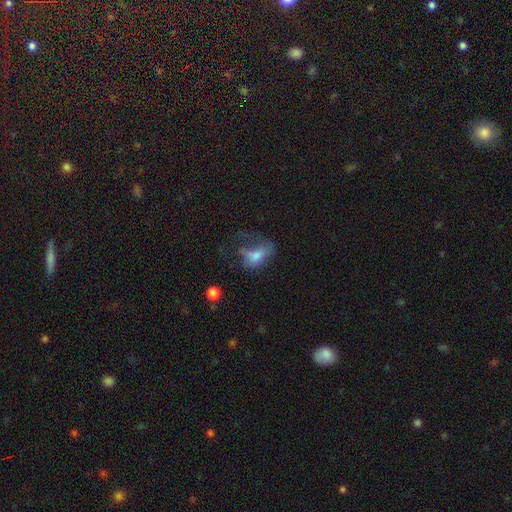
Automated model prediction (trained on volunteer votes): Smooth or featured?
  - smooth: 52% *
  - featured or disk: 35%
  - star or artifact: 14%
How rounded?
  - in between: 82% *
  - round: 13%
  - cigar-shaped: 5%
Merging?
  - major disturbance: 52% *
  - none: 23%
  - minor disturbance: 18%
  - merger: 8%